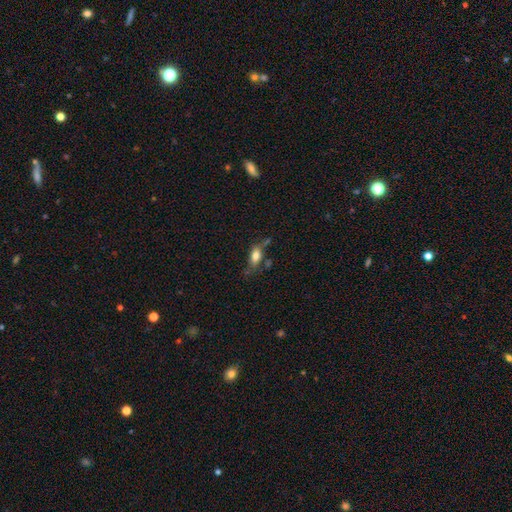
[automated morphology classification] smooth 74%, featured or disk 17%, star or artifact 9%. Down the decision tree: how rounded — in between (83%); merging — none (52%).